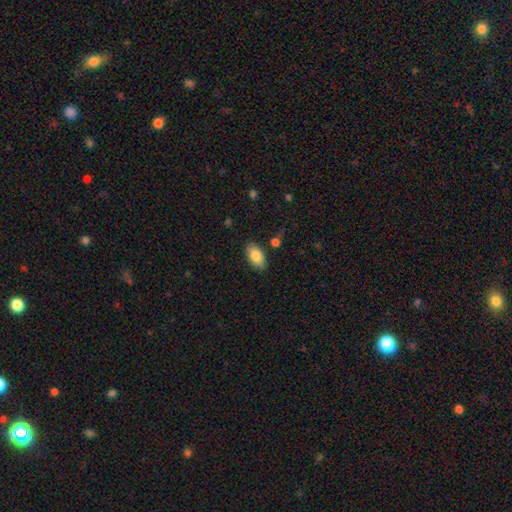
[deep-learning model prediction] Smooth or featured? Predicted: smooth (p=0.84). How rounded? Predicted: in between (p=0.94). Merging? Predicted: none (p=0.85).